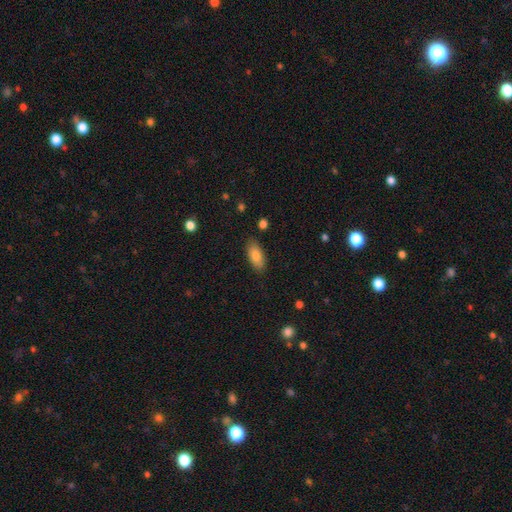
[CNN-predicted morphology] This is clearly a smooth galaxy (83%). How rounded: clearly in between (88%). Merging: clearly none (84%).